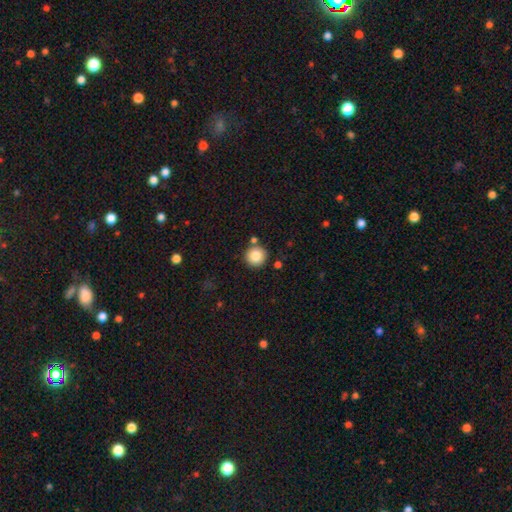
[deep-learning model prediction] smooth-or-featured: smooth: 84% | star or artifact: 10% | featured or disk: 7%
  how-rounded: round: 95% | in between: 4% | cigar-shaped: 1%
  merging: none: 82% | merger: 8% | minor disturbance: 7% | major disturbance: 2%